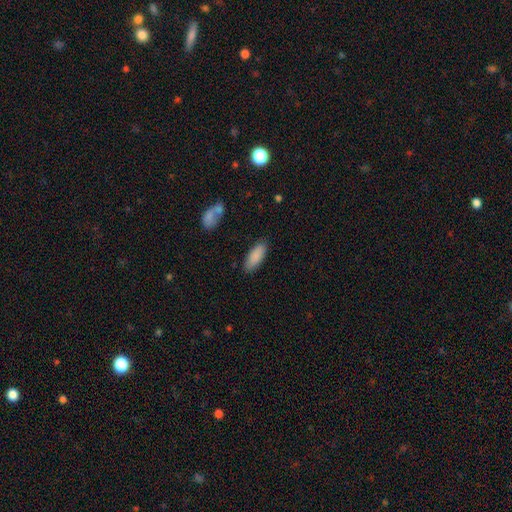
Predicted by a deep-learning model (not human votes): Smooth or featured: smooth — 88% (featured or disk — 6%)
How rounded: in between — 76% (cigar-shaped — 22%)
Merging: none — 86% (minor disturbance — 10%)